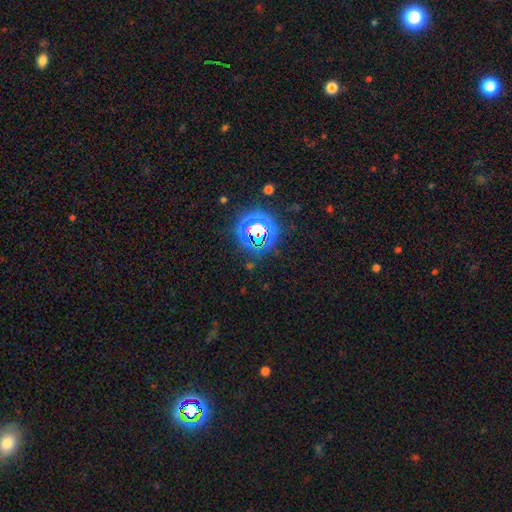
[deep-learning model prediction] Overall: star or artifact (79%).